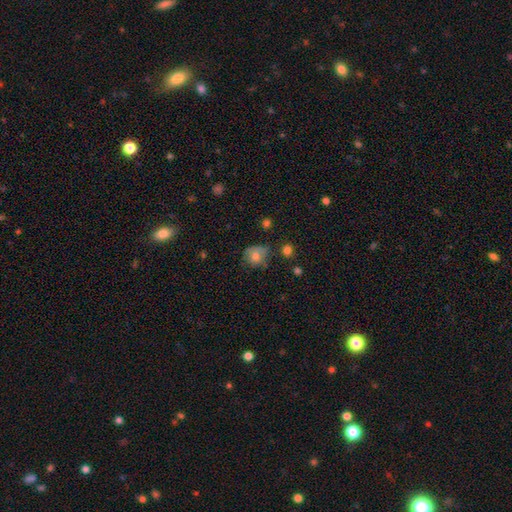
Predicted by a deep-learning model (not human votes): Overall: smooth (69%). How rounded: round (69%; in between 30%). Merging: none (52%; minor disturbance 31%).